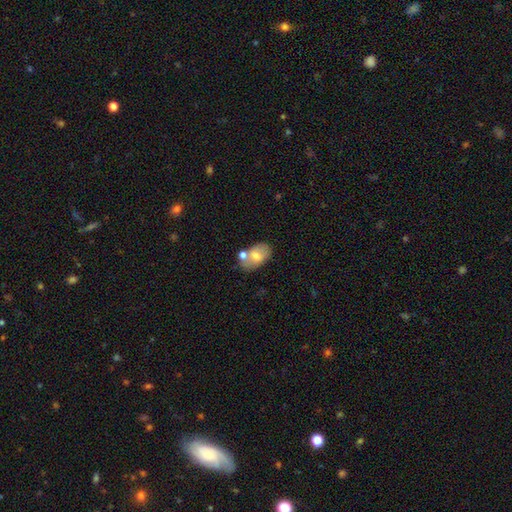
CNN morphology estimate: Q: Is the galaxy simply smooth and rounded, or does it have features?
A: smooth — 66%.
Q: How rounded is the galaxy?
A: in between — 88%.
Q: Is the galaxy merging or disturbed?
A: none — 53%.